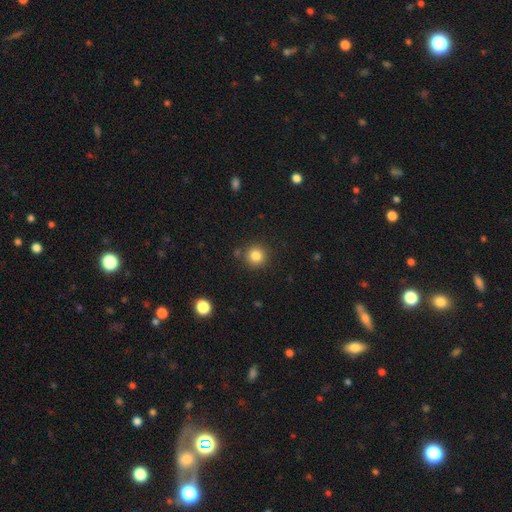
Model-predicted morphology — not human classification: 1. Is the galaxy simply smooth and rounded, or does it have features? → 83% smooth, 11% star or artifact, 6% featured or disk.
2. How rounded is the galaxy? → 93% round, 6% in between, 1% cigar-shaped.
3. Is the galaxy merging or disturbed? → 85% none, 8% minor disturbance, 4% merger, 3% major disturbance.